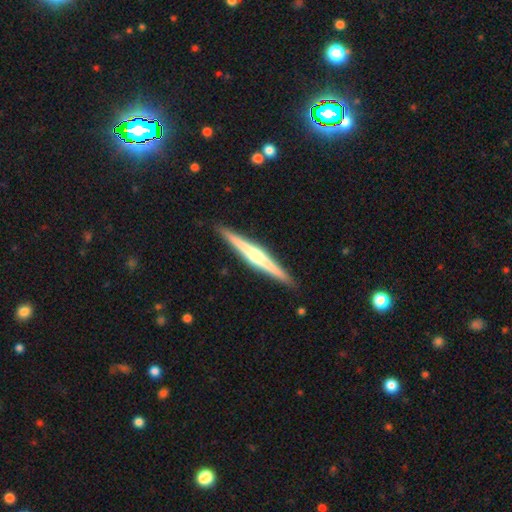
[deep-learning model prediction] Q: Smooth or featured?
A: featured or disk (76%); runner-up: smooth (19%)
Q: Edge-on disk?
A: yes (98%); runner-up: no (2%)
Q: Edge-on bulge?
A: rounded (84%); runner-up: none (9%)
Q: Merging?
A: none (92%); runner-up: minor disturbance (6%)